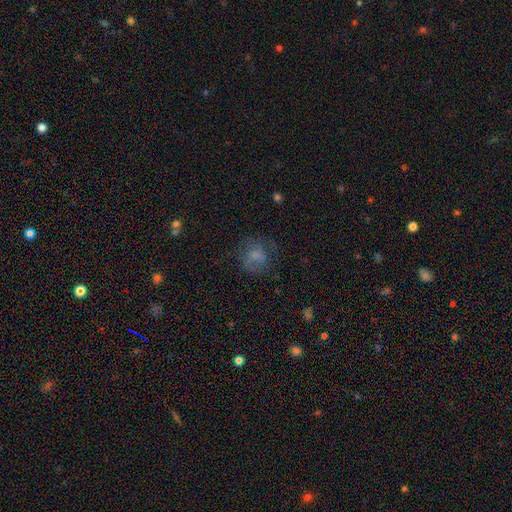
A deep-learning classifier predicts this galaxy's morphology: This appears to be a smooth galaxy with no disk features (63%) that is round (73%). Merging: none (58%).